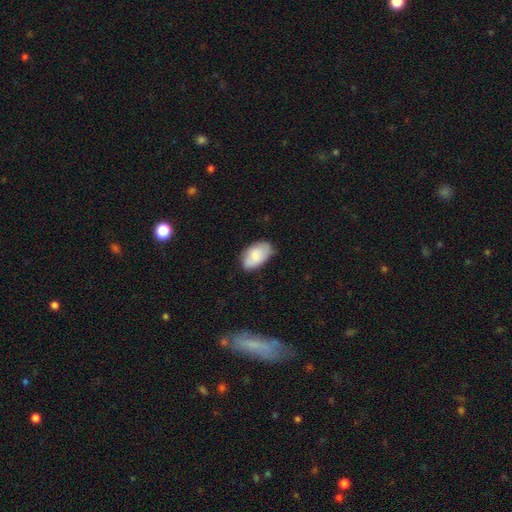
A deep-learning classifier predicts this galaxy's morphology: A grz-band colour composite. It shows a smooth galaxy with no disk features (81%) that is in between round and cigar-shaped (94%). Merging: none (70%).